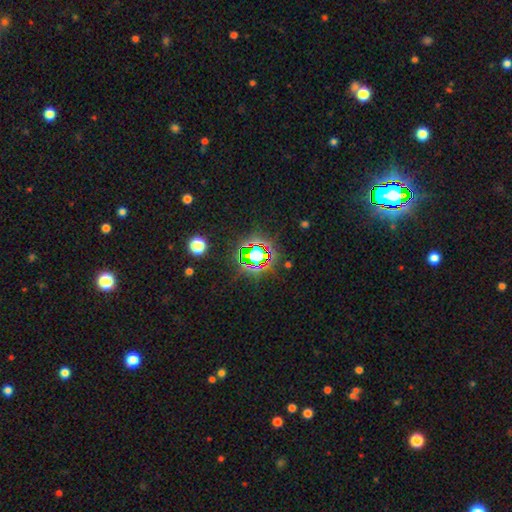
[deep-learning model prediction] Smooth or featured?
  - star or artifact: 71% *
  - smooth: 17%
  - featured or disk: 12%